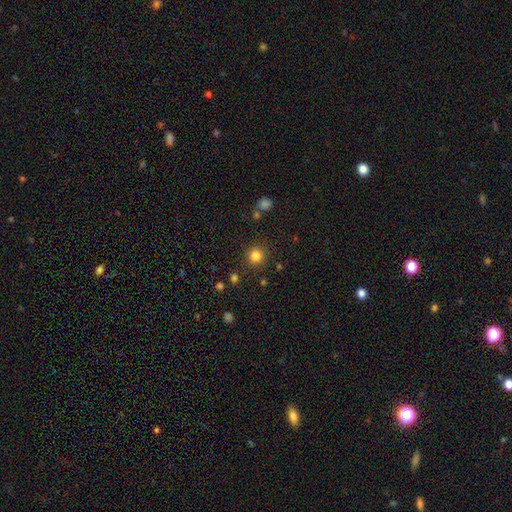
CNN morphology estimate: Smooth or featured? smooth (82%)
How rounded? round (92%)
Merging? none (87%)